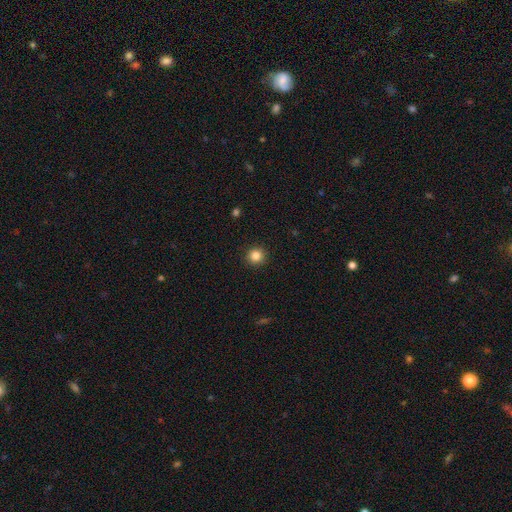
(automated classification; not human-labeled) Morphology: type=smooth (84%); roundness=round (94%); merging=none (92%).